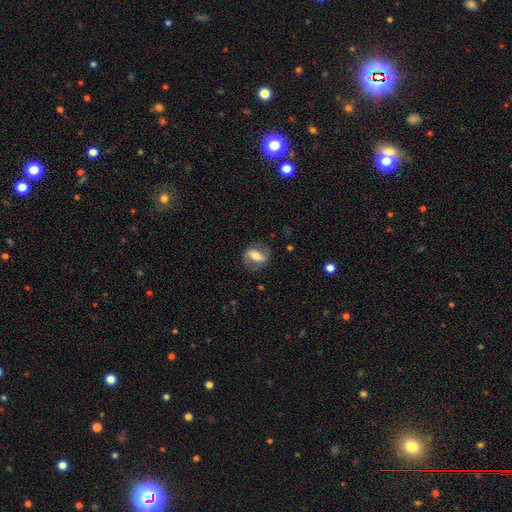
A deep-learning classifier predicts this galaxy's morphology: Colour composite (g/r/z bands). It shows a featured or disk galaxy (59%) with a strong bar (44%), spiral arms (79%) and a moderate central bulge (57%). Merging: none (76%).